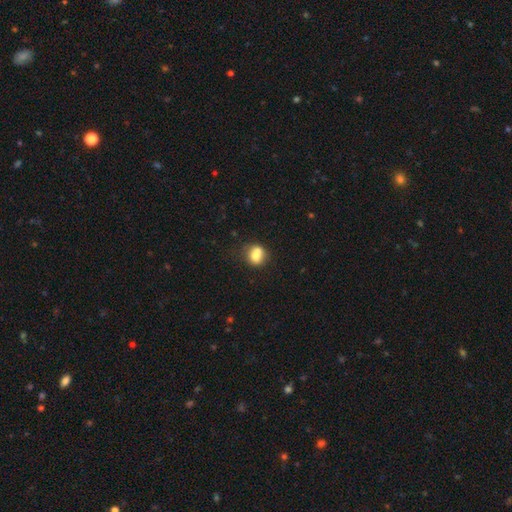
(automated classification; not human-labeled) This appears to be a smooth galaxy with no disk features (71%) that is round (73%). Merging: merger (43%).